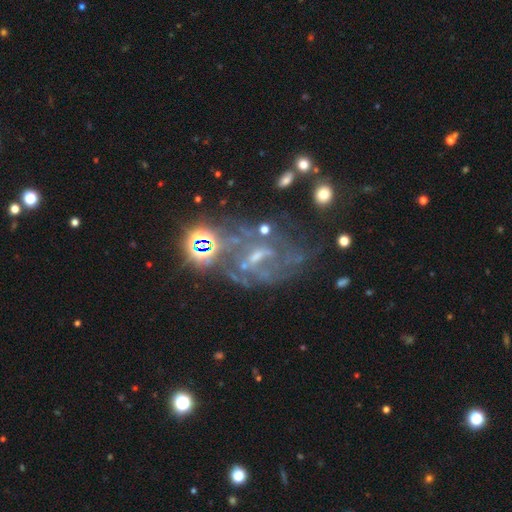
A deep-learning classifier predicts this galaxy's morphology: Q: Smooth or featured?
A: featured or disk (67%); runner-up: star or artifact (22%)
Q: Edge-on disk?
A: no (96%); runner-up: yes (4%)
Q: Bar?
A: weak (44%); runner-up: no (33%)
Q: Spiral arms?
A: yes (66%); runner-up: no (34%)
Q: Bulge size?
A: small (59%); runner-up: none (19%)
Q: Merging?
A: none (42%); runner-up: major disturbance (26%)